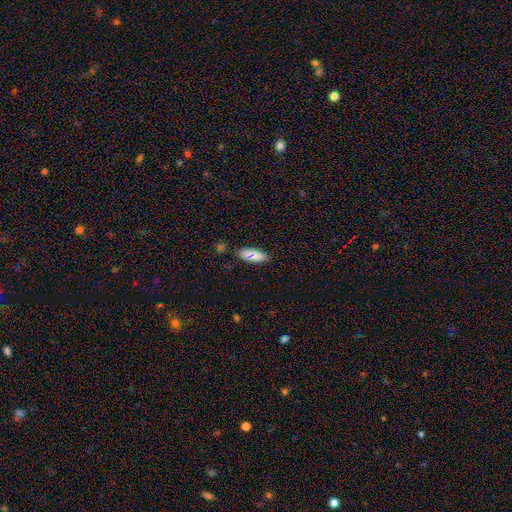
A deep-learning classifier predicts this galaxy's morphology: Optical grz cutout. It shows a smooth galaxy with no disk features (79%) that is in between round and cigar-shaped (70%). Merging: none (82%).